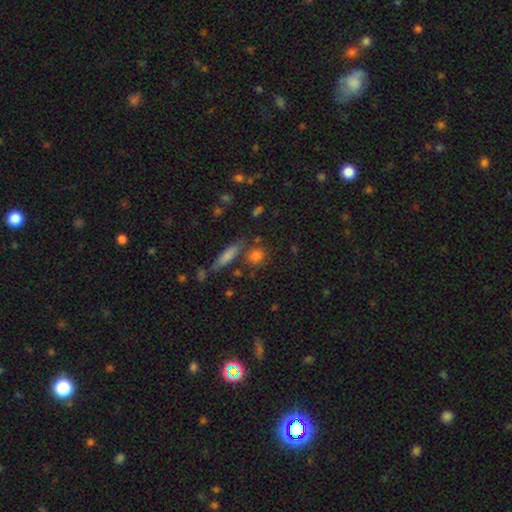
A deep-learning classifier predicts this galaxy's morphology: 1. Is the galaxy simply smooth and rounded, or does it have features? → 77% smooth, 14% star or artifact, 9% featured or disk.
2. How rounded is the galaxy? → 71% round, 19% in between, 10% cigar-shaped.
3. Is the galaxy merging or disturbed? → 71% none, 14% merger, 11% minor disturbance, 4% major disturbance.